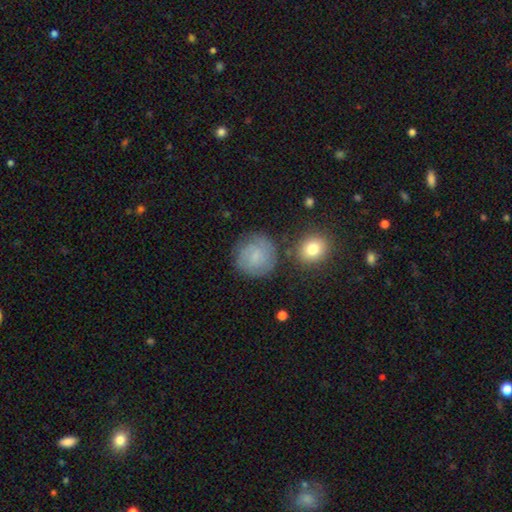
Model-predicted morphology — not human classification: Smooth or featured? Predicted: smooth (p=0.60). How rounded? Predicted: round (p=0.92). Merging? Predicted: none (p=0.75).